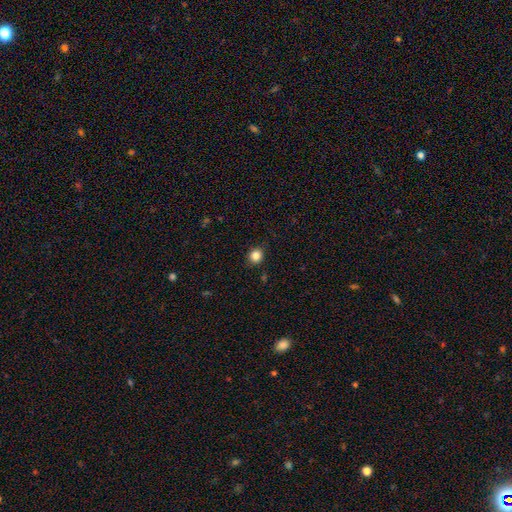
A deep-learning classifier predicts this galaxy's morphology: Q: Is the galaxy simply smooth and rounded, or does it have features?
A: smooth — 84%.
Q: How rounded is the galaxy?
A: round — 87%.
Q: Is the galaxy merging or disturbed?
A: none — 89%.